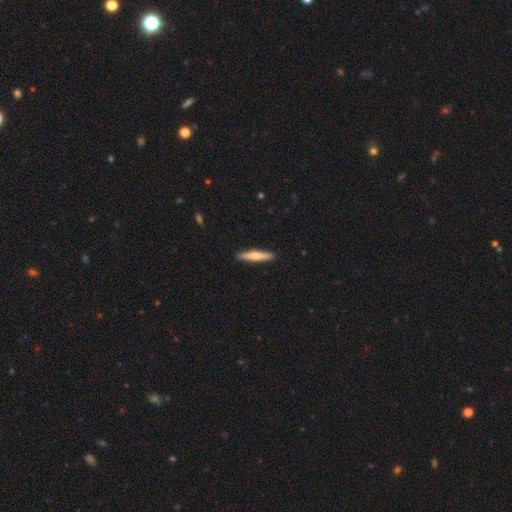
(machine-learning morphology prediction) smooth_or_featured: smooth (p=0.52) [alt: featured or disk p=0.43]
how_rounded: cigar-shaped (p=0.90) [alt: in between p=0.08]
merging: none (p=0.91) [alt: minor disturbance p=0.06]